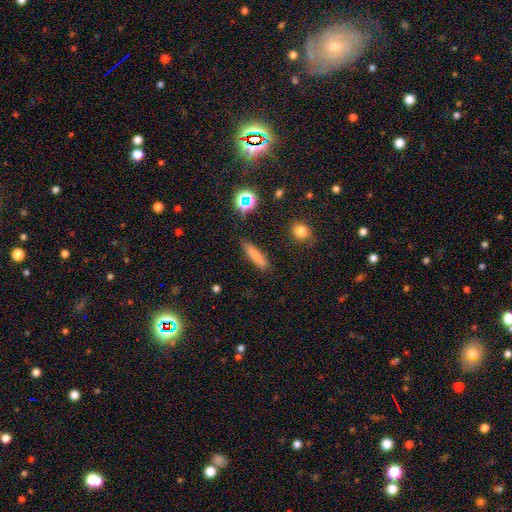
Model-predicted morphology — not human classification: Overall: smooth (75%). How rounded: cigar-shaped (80%). Merging: none (84%).